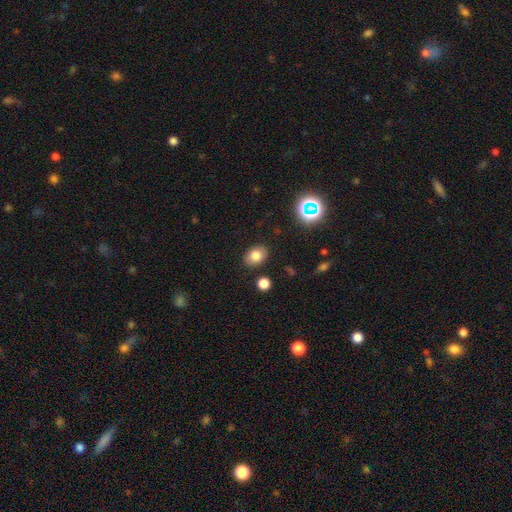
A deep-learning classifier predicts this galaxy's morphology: This appears to be a smooth galaxy with no disk features (80%) that is in between round and cigar-shaped (73%). Merging: none (85%).